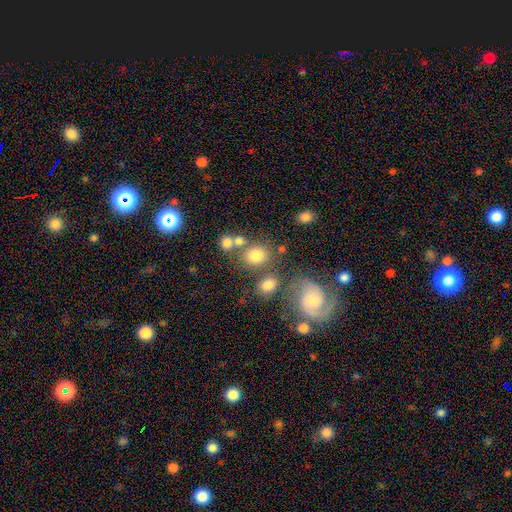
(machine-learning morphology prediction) Q: Smooth or featured?
A: smooth (76%); runner-up: star or artifact (13%)
Q: How rounded?
A: round (61%); runner-up: in between (37%)
Q: Merging?
A: none (57%); runner-up: merger (23%)